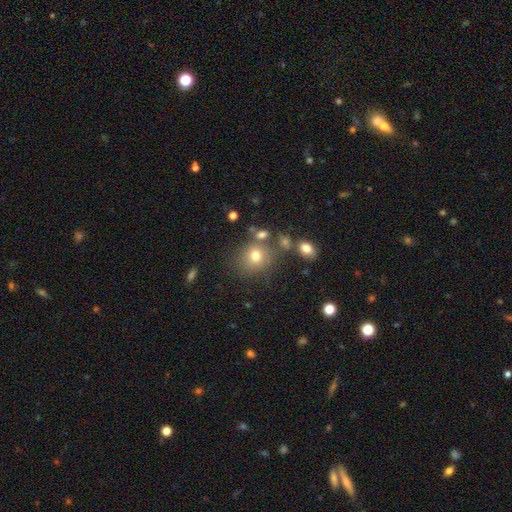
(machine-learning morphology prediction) A smooth galaxy with no disk features (74%) that is round (77%).

Vote fractions:
- Smooth or featured? smooth: 74% / star or artifact: 15% / featured or disk: 11%
- How rounded? round: 77% / in between: 22% / cigar-shaped: 1%
- Merging? none: 69% / minor disturbance: 13% / merger: 12% / major disturbance: 6%